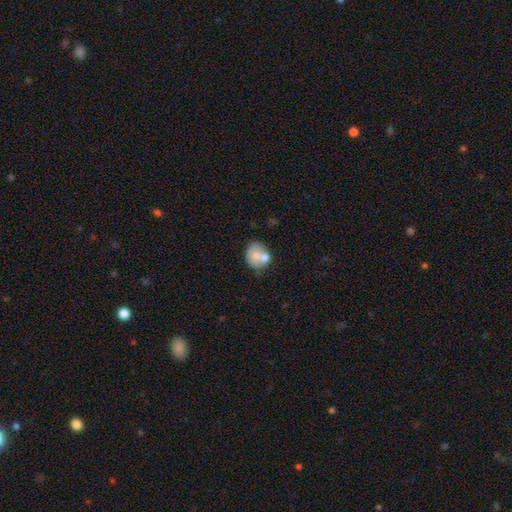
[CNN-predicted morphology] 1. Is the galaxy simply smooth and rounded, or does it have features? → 68% smooth, 24% featured or disk, 8% star or artifact.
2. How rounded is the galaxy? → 59% round, 40% in between, 1% cigar-shaped.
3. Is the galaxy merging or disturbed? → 41% none, 38% merger, 15% minor disturbance, 6% major disturbance.